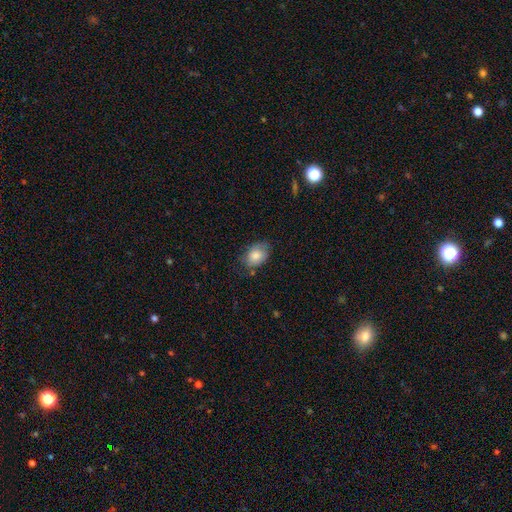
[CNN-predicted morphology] Smooth or featured?
  - smooth: 80% *
  - featured or disk: 12%
  - star or artifact: 7%
How rounded?
  - in between: 80% *
  - round: 19%
  - cigar-shaped: 1%
Merging?
  - none: 65% *
  - minor disturbance: 27%
  - major disturbance: 7%
  - merger: 2%